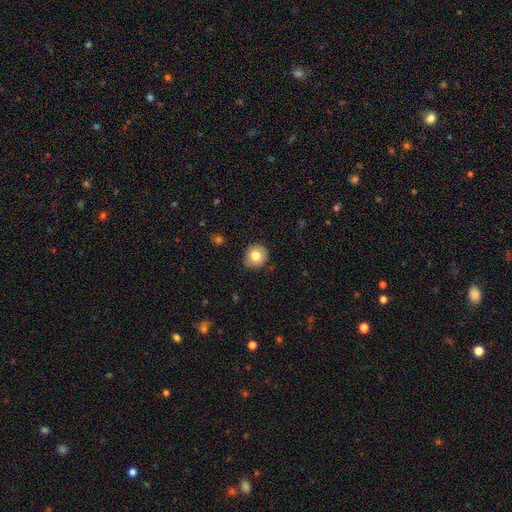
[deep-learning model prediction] This appears to be a smooth galaxy with no disk features (81%) that is round (86%). Merging: none (87%).